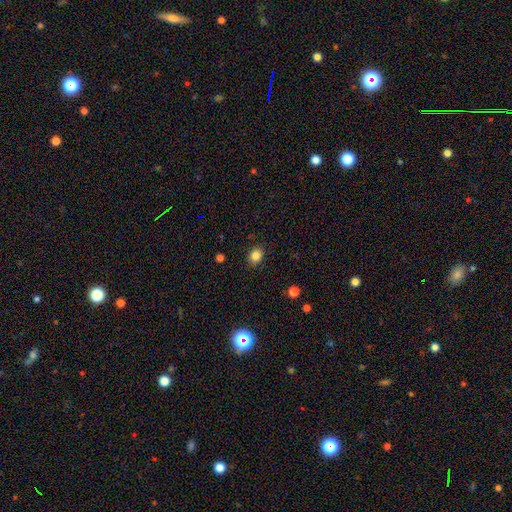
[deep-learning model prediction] Overall: smooth (84%). How rounded: in between (50%; round 49%). Merging: none (88%).